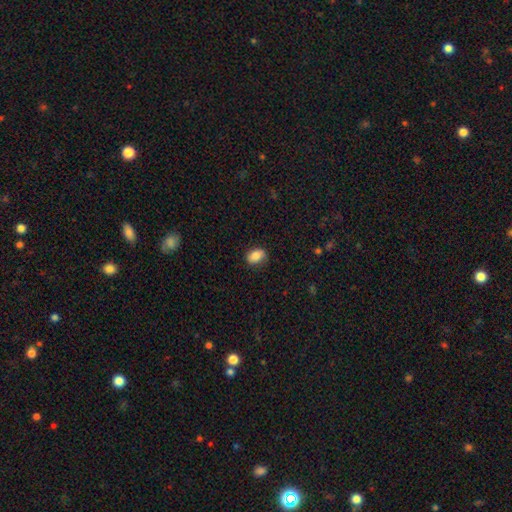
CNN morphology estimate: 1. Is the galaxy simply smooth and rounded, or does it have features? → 82% smooth, 9% featured or disk, 8% star or artifact.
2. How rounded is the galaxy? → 75% in between, 24% round, 2% cigar-shaped.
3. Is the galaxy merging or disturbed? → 80% none, 16% minor disturbance, 3% major disturbance, 1% merger.